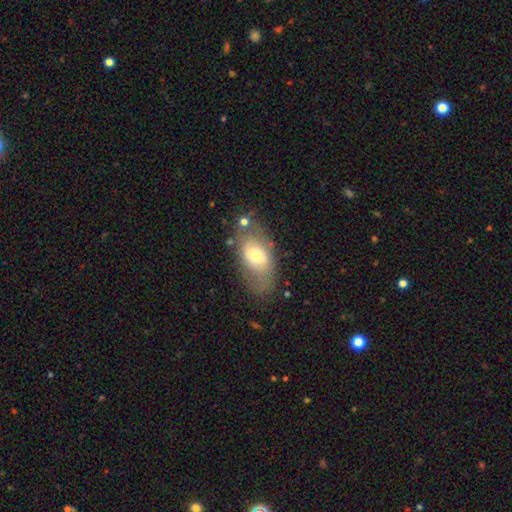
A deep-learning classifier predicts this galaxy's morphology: A smooth galaxy with no disk features (58%) that is in between round and cigar-shaped (90%). Merging: none (66%).